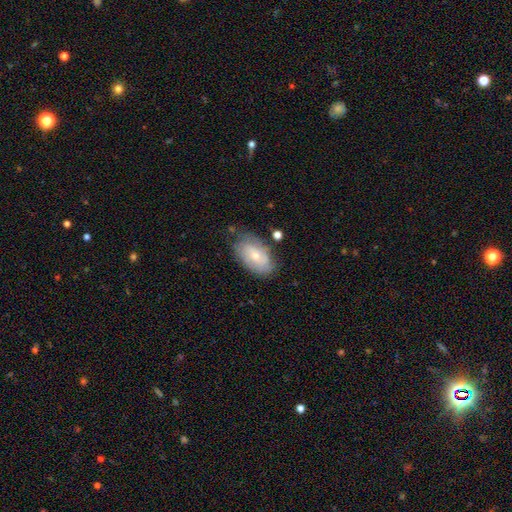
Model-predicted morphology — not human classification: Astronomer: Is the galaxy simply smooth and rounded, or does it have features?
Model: smooth — 49% (runner-up: featured or disk, 44%).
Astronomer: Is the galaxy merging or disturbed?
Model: none — 65%.